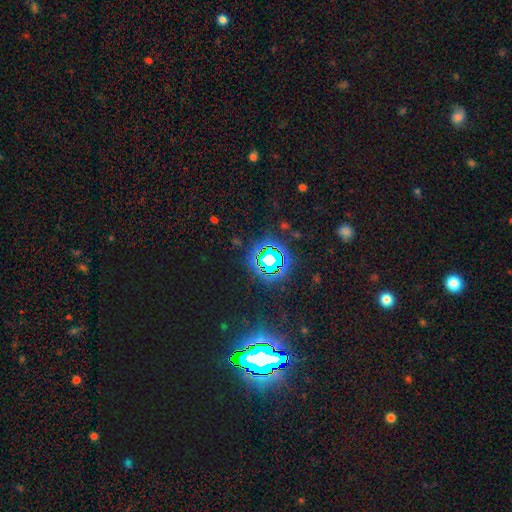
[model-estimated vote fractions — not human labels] Q: Smooth or featured?
A: star or artifact (81%); runner-up: smooth (11%)